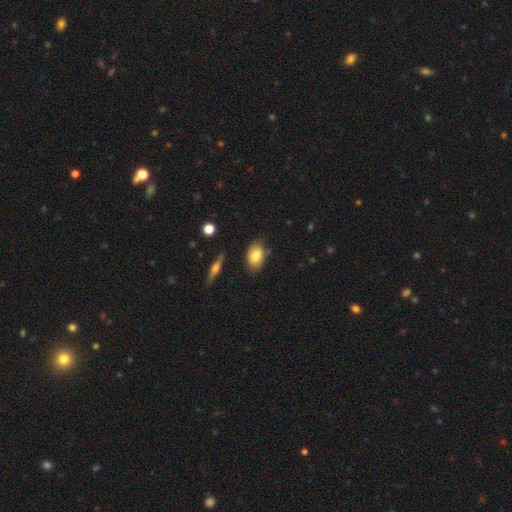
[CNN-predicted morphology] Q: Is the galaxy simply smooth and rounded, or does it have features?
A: smooth — 79%.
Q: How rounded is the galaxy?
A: in between — 87%.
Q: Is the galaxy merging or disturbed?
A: none — 75%.